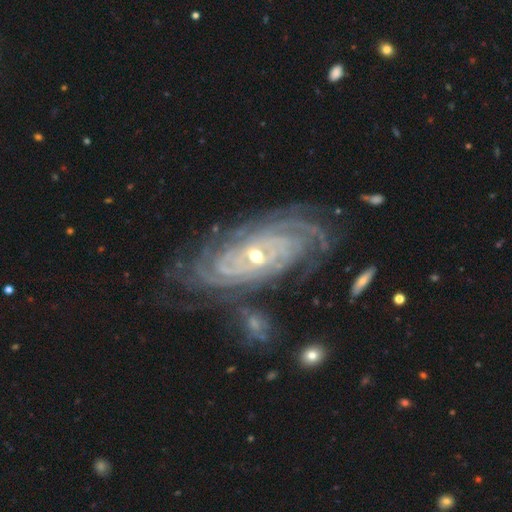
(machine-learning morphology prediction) Smooth or featured? Predicted: featured or disk (p=0.91). Edge-on disk? Predicted: no (p=0.95). Bar? Predicted: no (p=0.64). Spiral arms? Predicted: yes (p=0.98). Spiral winding? Predicted: tight (p=0.86). Spiral arm count? Predicted: more than 4 (p=0.24). Bulge size? Predicted: small (p=0.57). Merging? Predicted: none (p=0.72).